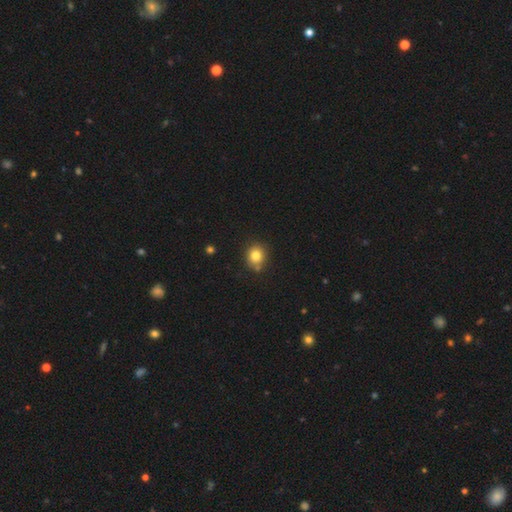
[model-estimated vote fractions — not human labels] Q: Smooth or featured?
A: smooth (81%); runner-up: star or artifact (12%)
Q: How rounded?
A: round (80%); runner-up: in between (19%)
Q: Merging?
A: none (78%); runner-up: minor disturbance (13%)